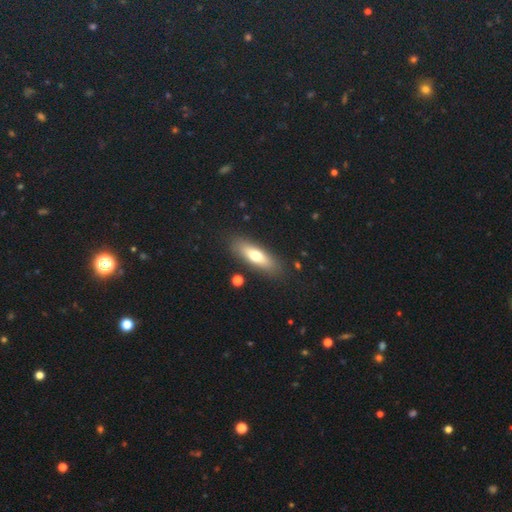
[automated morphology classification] This appears to be a smooth galaxy with no disk features (64%) that is cigar-shaped (49%). Merging: none (86%).